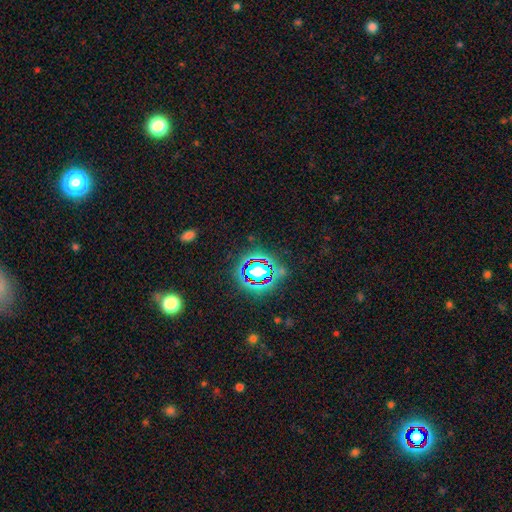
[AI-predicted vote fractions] star or artifact 79%, smooth 13%, featured or disk 9%.